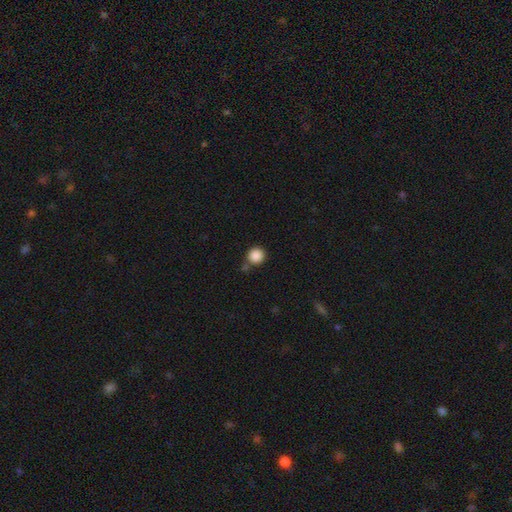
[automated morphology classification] Overall: smooth (87%). How rounded: round (94%). Merging: none (76%).